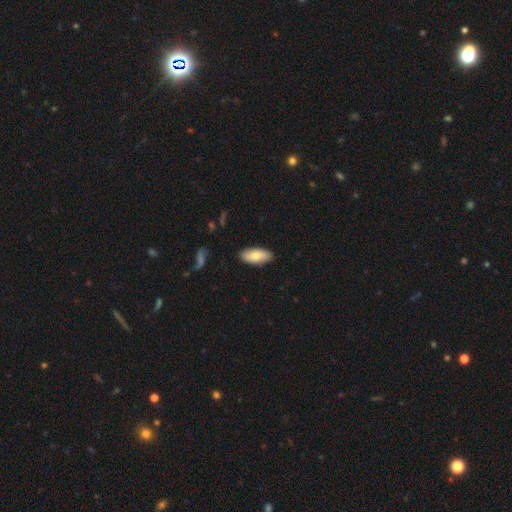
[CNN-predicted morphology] Q: Smooth or featured?
A: smooth (77%); runner-up: featured or disk (17%)
Q: How rounded?
A: in between (86%); runner-up: cigar-shaped (12%)
Q: Merging?
A: none (87%); runner-up: minor disturbance (10%)